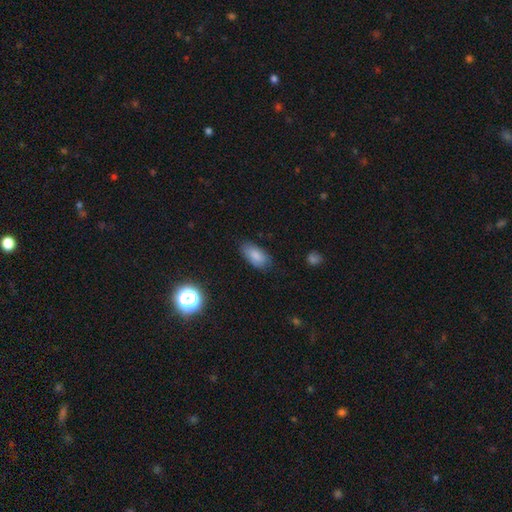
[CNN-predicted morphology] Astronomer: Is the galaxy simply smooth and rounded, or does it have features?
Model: smooth — 84%.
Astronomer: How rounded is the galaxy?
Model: in between — 91%.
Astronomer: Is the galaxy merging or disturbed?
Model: none — 78%.